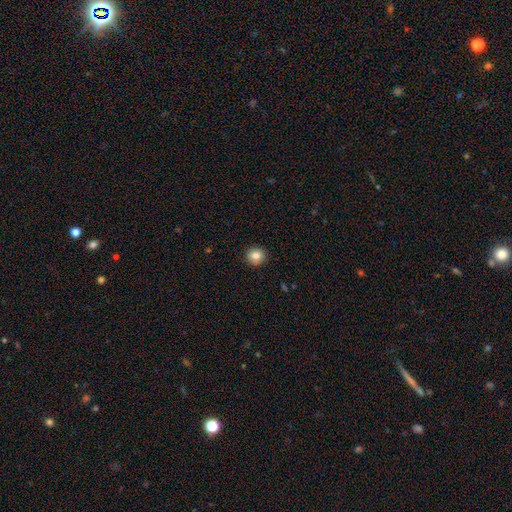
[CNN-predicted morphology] Overall: smooth (83%). How rounded: round (89%). Merging: none (92%).